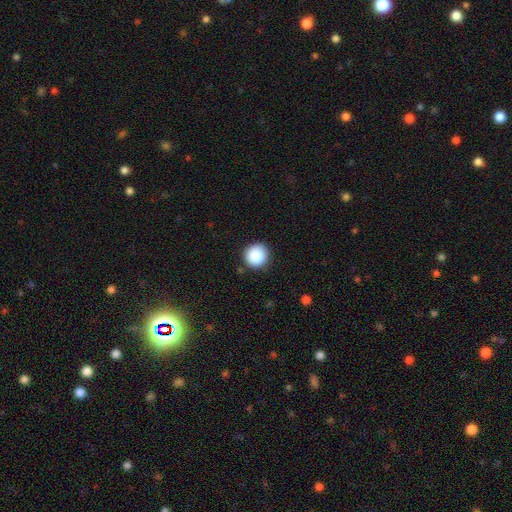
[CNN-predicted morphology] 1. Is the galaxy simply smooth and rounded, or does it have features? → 89% smooth, 8% star or artifact, 3% featured or disk.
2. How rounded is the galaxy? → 94% round, 5% in between, 1% cigar-shaped.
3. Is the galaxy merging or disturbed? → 89% none, 8% minor disturbance, 2% major disturbance, 1% merger.